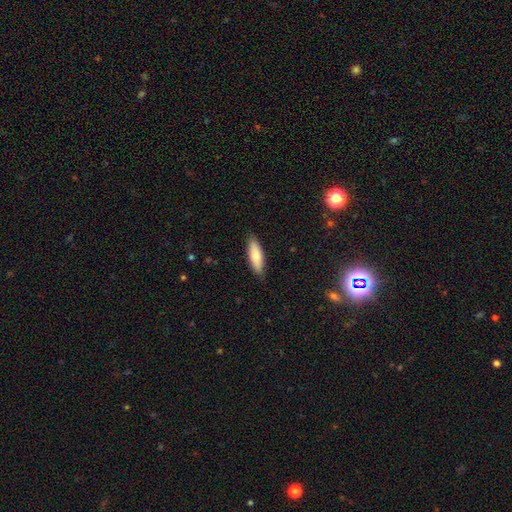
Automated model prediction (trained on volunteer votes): Smooth or featured? Predicted: smooth (p=0.80). How rounded? Predicted: in between (p=0.53). Merging? Predicted: none (p=0.86).